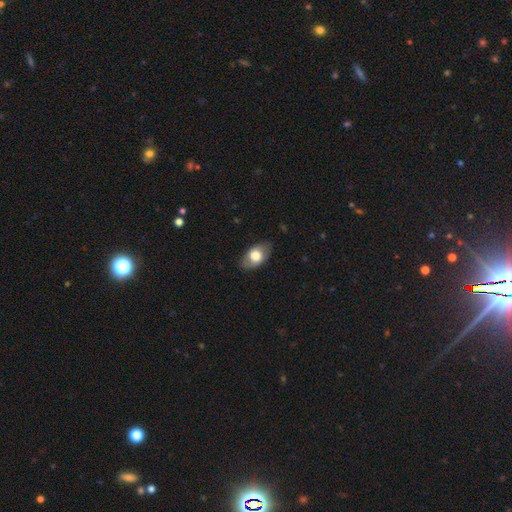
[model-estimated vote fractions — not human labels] The model was most divided on "smooth or featured": smooth: 65%, featured or disk: 28%, star or artifact: 7%. More confident: how rounded — in between (88%); merging — none (78%).